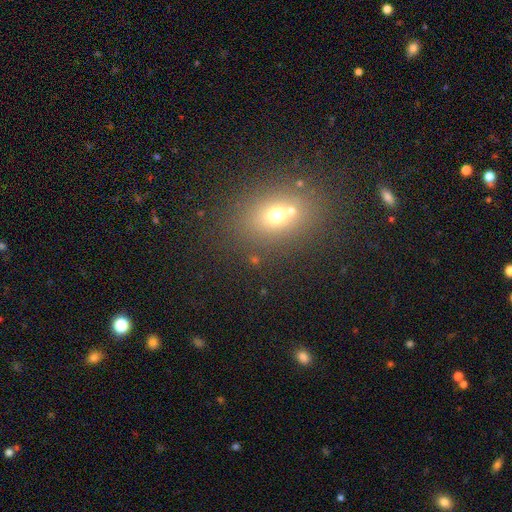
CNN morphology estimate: type=smooth (60%); roundness=in between (57%); merging=none (63%).